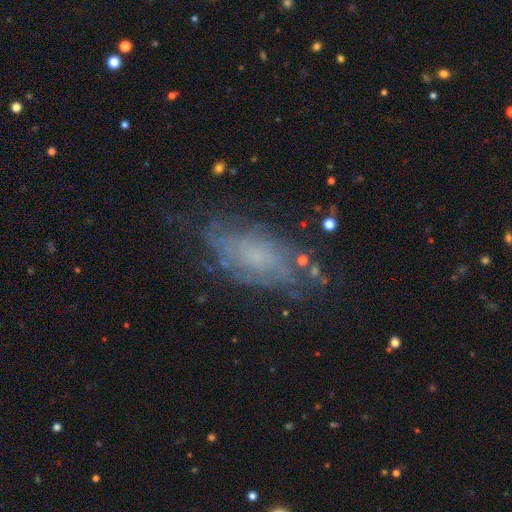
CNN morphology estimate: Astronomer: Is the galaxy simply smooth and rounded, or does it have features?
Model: featured or disk — 58%.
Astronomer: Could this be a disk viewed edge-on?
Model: no — 89%.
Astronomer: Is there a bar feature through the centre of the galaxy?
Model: no — 76%.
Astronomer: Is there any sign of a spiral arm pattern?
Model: yes — 70%.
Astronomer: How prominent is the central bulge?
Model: none — 39% (runner-up: small, 37%).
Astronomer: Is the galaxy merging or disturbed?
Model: none — 65%.